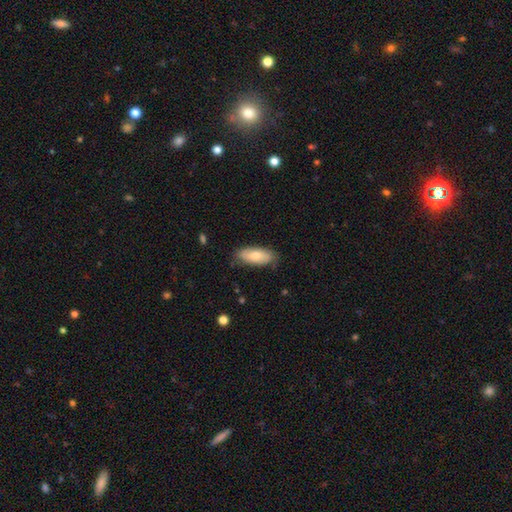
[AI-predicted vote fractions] smooth 74%, featured or disk 20%, star or artifact 6%. Down the decision tree: how rounded — in between (81%); merging — none (79%).